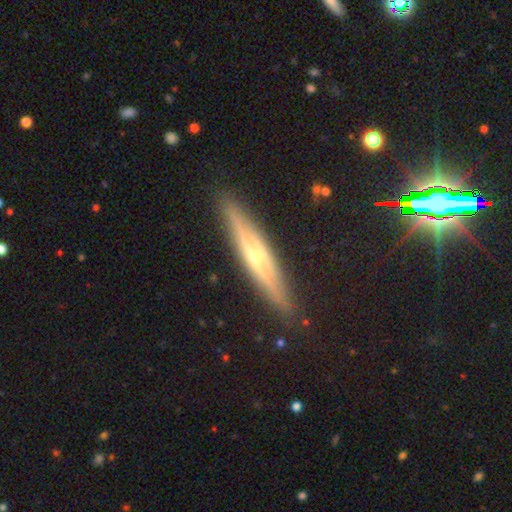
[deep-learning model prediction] smooth_or_featured: featured or disk (p=0.70) [alt: smooth p=0.20]
disk_edge_on: yes (p=0.94) [alt: no p=0.06]
edge_on_bulge: rounded (p=0.66) [alt: none p=0.24]
merging: none (p=0.90) [alt: minor disturbance p=0.08]